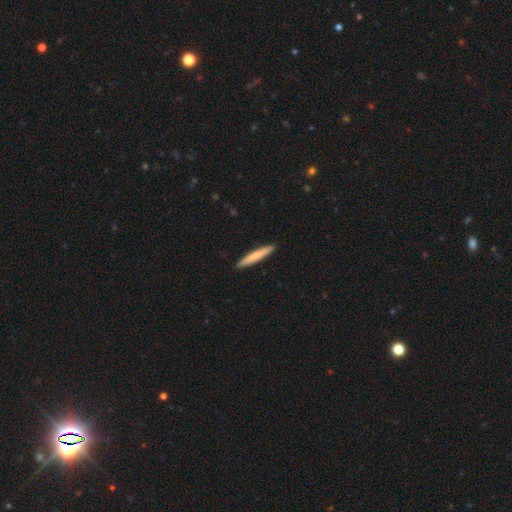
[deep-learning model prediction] The model was most divided on "smooth or featured": smooth: 76%, featured or disk: 19%, star or artifact: 5%. More confident: how rounded — cigar-shaped (95%); merging — none (93%).